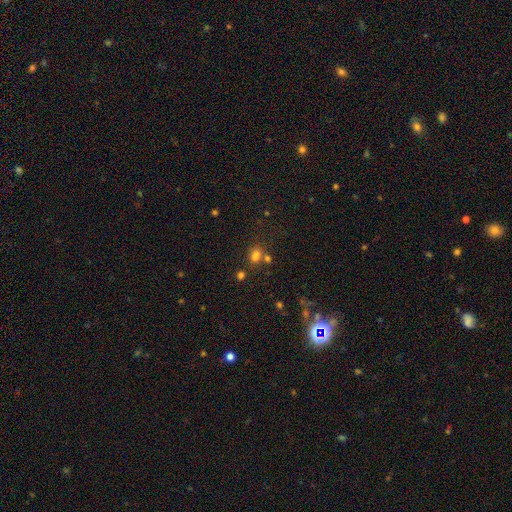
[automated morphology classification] A smooth galaxy with no disk features (74%) that is in between round and cigar-shaped (66%). Merging: none (58%).